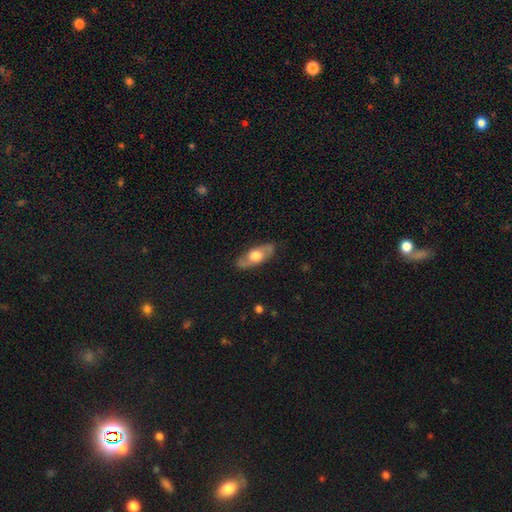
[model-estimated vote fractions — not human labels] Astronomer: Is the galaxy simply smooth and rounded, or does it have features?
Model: smooth — 48% (runner-up: featured or disk, 47%).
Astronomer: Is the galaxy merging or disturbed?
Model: none — 82%.